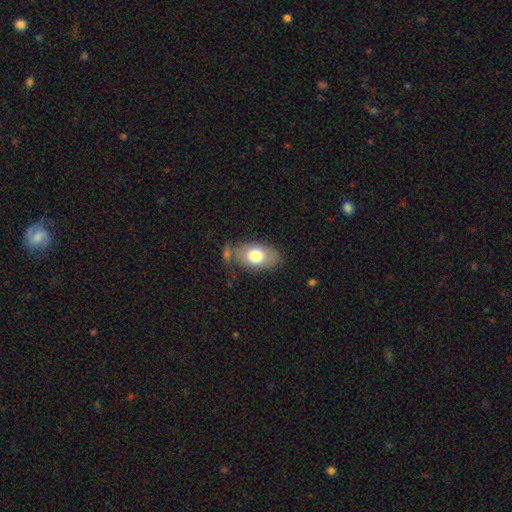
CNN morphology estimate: Smooth or featured: smooth — 73% (featured or disk — 20%)
How rounded: in between — 90% (round — 9%)
Merging: none — 66% (minor disturbance — 19%)